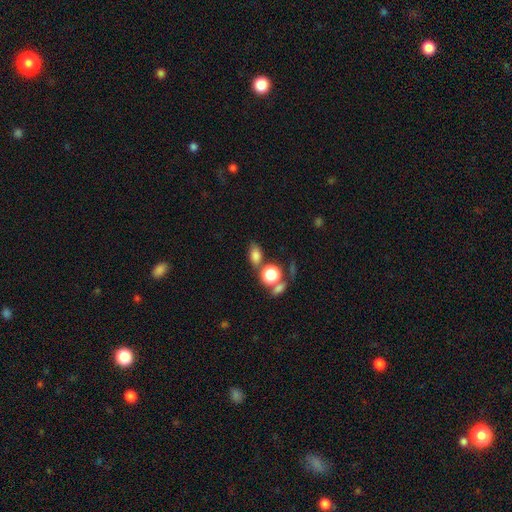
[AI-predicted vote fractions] Overall: smooth (78%). How rounded: in between (72%). Merging: none (58%; merger 20%).